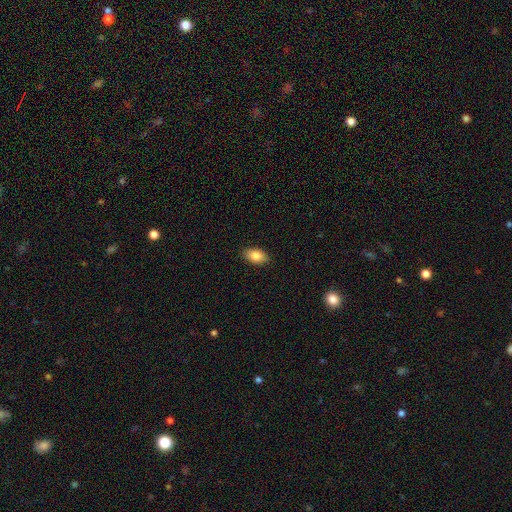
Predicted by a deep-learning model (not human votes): Q: Smooth or featured?
A: smooth (85%); runner-up: featured or disk (8%)
Q: How rounded?
A: in between (91%); runner-up: round (7%)
Q: Merging?
A: none (89%); runner-up: minor disturbance (8%)